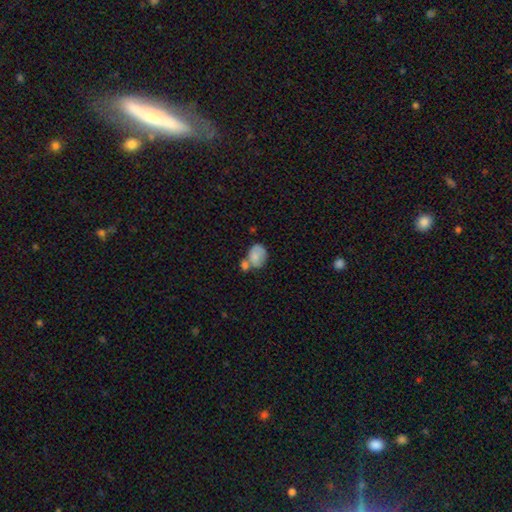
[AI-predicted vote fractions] This is likely a smooth galaxy (77%). How rounded: possibly in between (58%). Merging: possibly merger (47%).